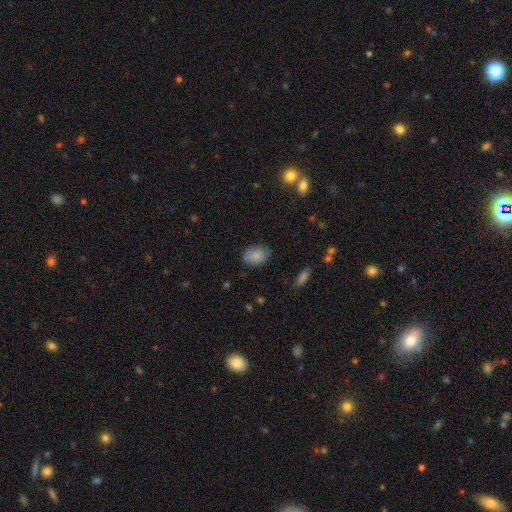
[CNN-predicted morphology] Smooth or featured? Predicted: smooth (p=0.85). How rounded? Predicted: in between (p=0.82). Merging? Predicted: none (p=0.79).